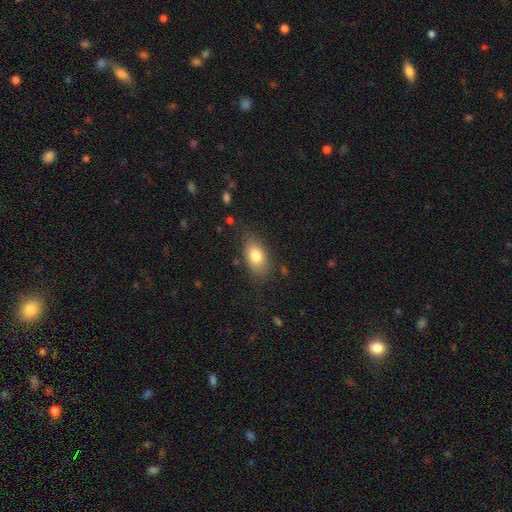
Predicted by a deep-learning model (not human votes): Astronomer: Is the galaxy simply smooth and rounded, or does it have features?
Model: smooth — 78%.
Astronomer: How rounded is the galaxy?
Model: in between — 86%.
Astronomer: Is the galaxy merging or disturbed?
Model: none — 78%.